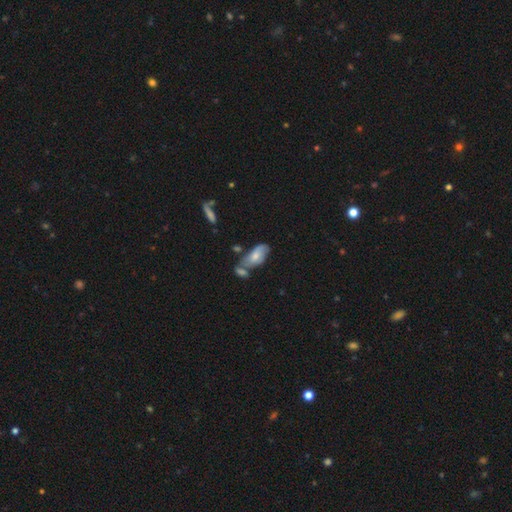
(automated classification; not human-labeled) Overall: smooth (58%; featured or disk 36%). How rounded: in between (90%). Merging: none (42%; merger 30%).